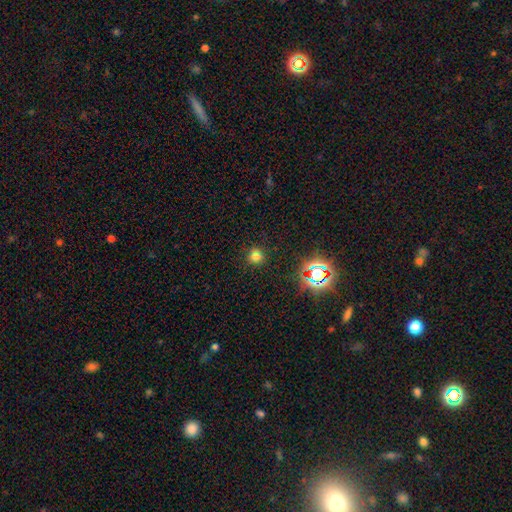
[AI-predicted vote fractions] Overall: smooth (72%). How rounded: round (91%). Merging: none (87%).